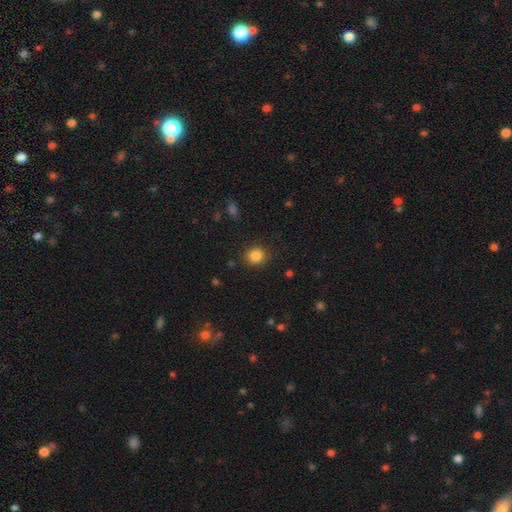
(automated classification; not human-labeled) smooth 85%, star or artifact 11%, featured or disk 4%. Down the decision tree: how rounded — round (85%); merging — none (90%).